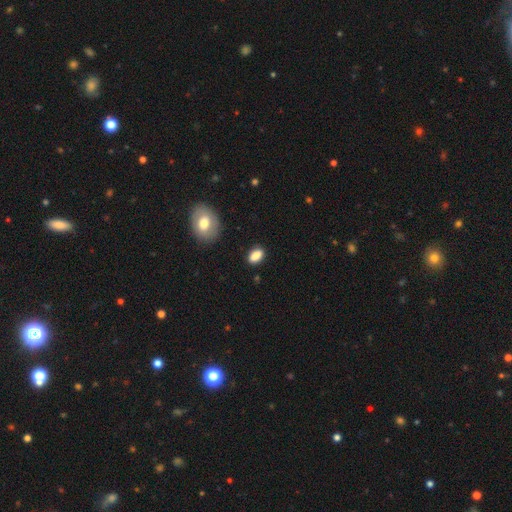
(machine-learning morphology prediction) smooth 86%, star or artifact 8%, featured or disk 6%. Down the decision tree: how rounded — in between (87%); merging — none (86%).